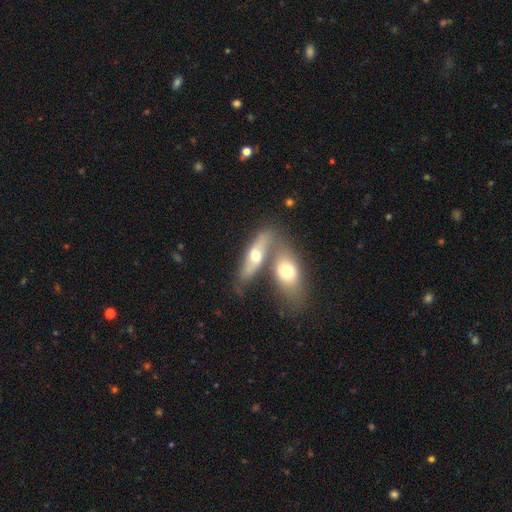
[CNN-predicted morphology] Q: Smooth or featured?
A: smooth (50%); runner-up: featured or disk (44%)
Q: Merging?
A: merger (54%); runner-up: none (31%)